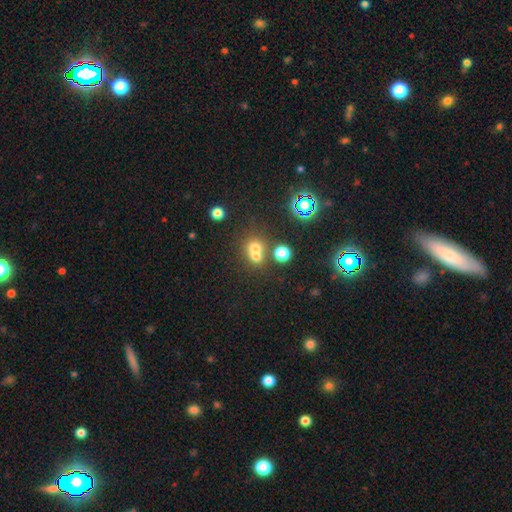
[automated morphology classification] This appears to be a smooth galaxy with no disk features (65%) that is round (77%). Merging: merger (55%).